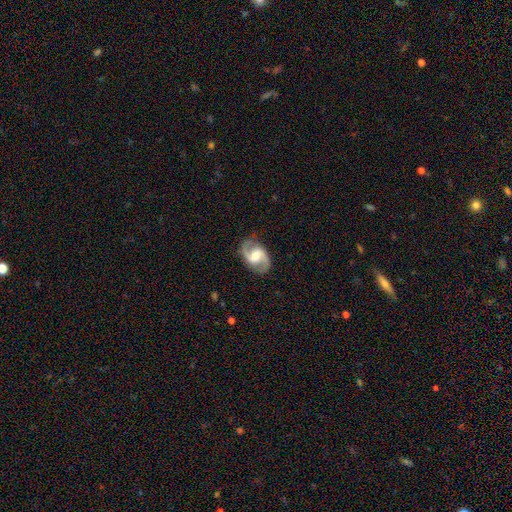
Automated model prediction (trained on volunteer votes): Q: Smooth or featured?
A: featured or disk (88%); runner-up: smooth (8%)
Q: Edge-on disk?
A: no (98%); runner-up: yes (2%)
Q: Bar?
A: weak (50%); runner-up: no (27%)
Q: Spiral arms?
A: yes (97%); runner-up: no (3%)
Q: Spiral winding?
A: medium (55%); runner-up: loose (30%)
Q: Spiral arm count?
A: 2 (94%); runner-up: can't tell (2%)
Q: Bulge size?
A: moderate (58%); runner-up: small (21%)
Q: Merging?
A: none (83%); runner-up: minor disturbance (12%)